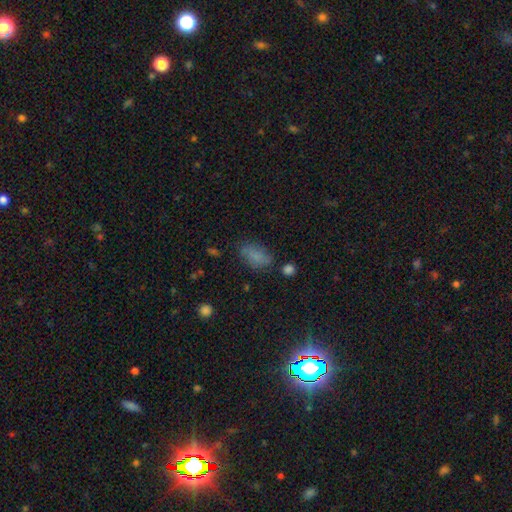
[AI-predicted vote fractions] The model was most divided on "merging": none: 64%, minor disturbance: 23%, major disturbance: 8%, merger: 5%. More confident: how rounded — in between (89%); smooth or featured — smooth (76%).